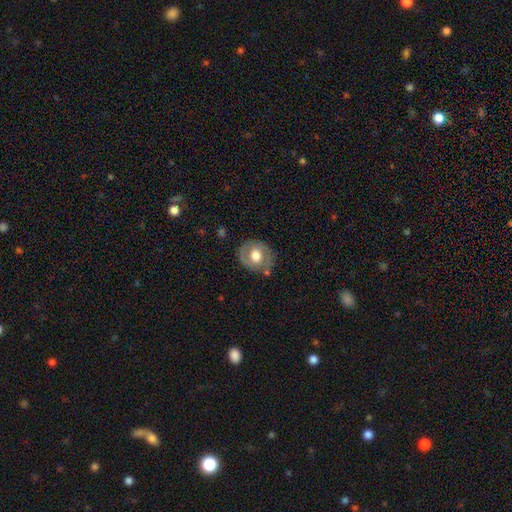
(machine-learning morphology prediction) Smooth or featured?
  - featured or disk: 53% *
  - smooth: 41%
  - star or artifact: 6%
Edge-on disk?
  - no: 95% *
  - yes: 5%
Bar?
  - no: 71% *
  - weak: 23%
  - strong: 6%
Spiral arms?
  - no: 55% *
  - yes: 45%
Bulge size?
  - moderate: 52% *
  - large: 41%
  - small: 4%
  - dominant: 3%
  - none: 1%
Merging?
  - none: 73% *
  - minor disturbance: 18%
  - major disturbance: 6%
  - merger: 3%